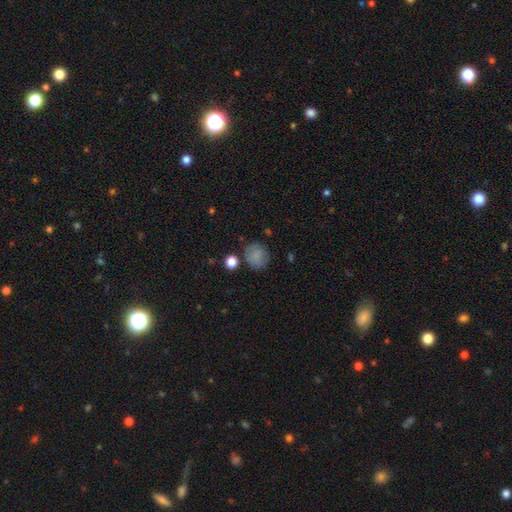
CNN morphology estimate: Smooth or featured: smooth — 82% (star or artifact — 11%)
How rounded: round — 81% (in between — 18%)
Merging: none — 75% (minor disturbance — 15%)